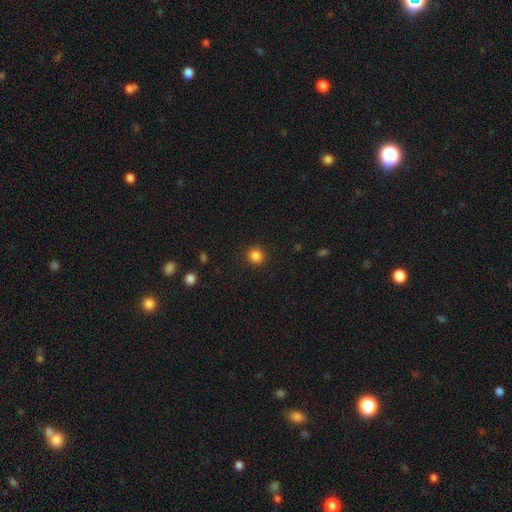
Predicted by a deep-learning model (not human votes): This appears to be a smooth galaxy with no disk features (85%) that is round (92%). Merging: none (91%).